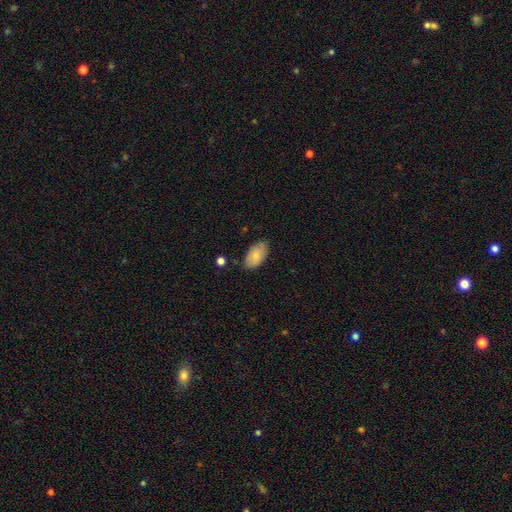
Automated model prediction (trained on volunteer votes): Smooth or featured? smooth (79%)
How rounded? in between (94%)
Merging? none (79%)